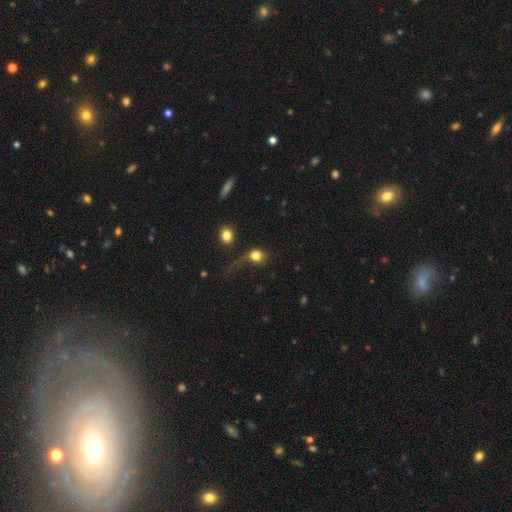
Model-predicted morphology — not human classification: Smooth or featured: smooth — 78% (featured or disk — 11%)
How rounded: round — 73% (in between — 26%)
Merging: none — 38% (major disturbance — 33%)